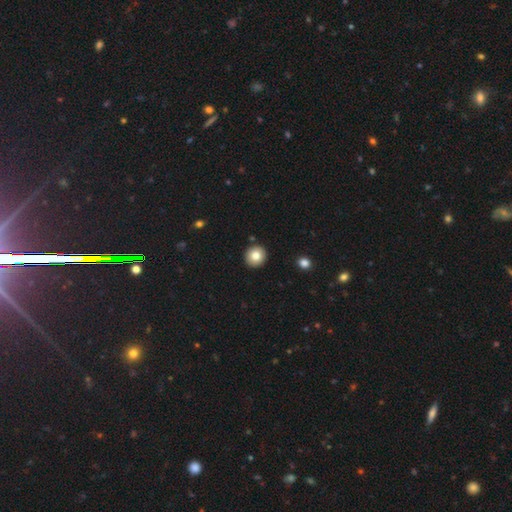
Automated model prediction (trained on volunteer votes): Smooth or featured?
  - smooth: 82% *
  - featured or disk: 9%
  - star or artifact: 9%
How rounded?
  - round: 91% *
  - in between: 8%
  - cigar-shaped: 1%
Merging?
  - none: 91% *
  - minor disturbance: 6%
  - merger: 2%
  - major disturbance: 2%